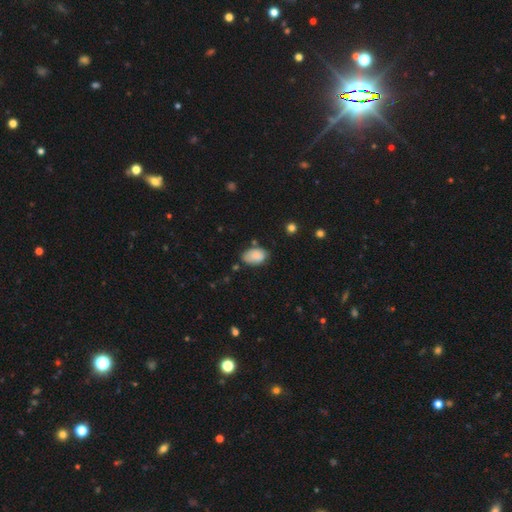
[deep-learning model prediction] smooth 85%, star or artifact 8%, featured or disk 7%. Down the decision tree: how rounded — in between (89%); merging — none (65%).